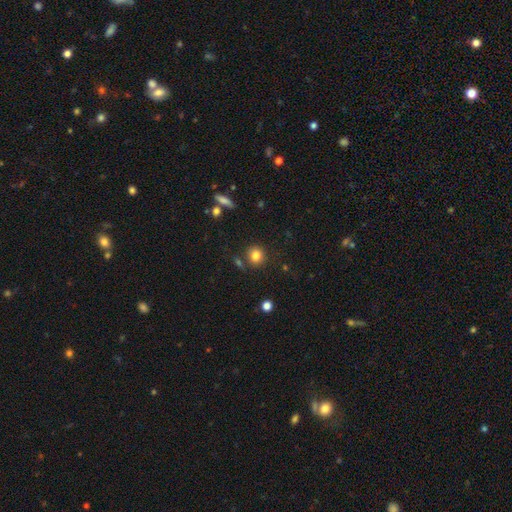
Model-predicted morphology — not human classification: Smooth or featured? Predicted: smooth (p=0.82). How rounded? Predicted: round (p=0.87). Merging? Predicted: none (p=0.83).